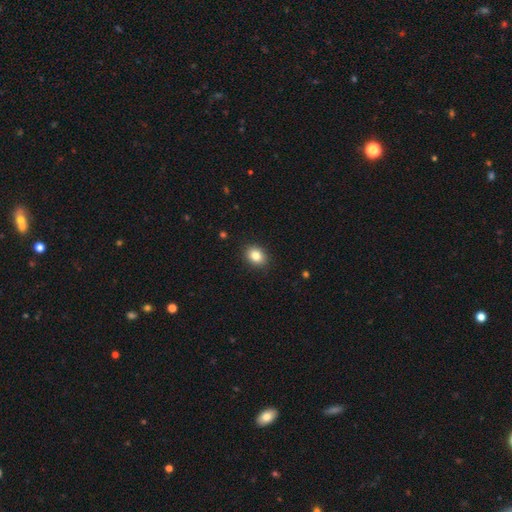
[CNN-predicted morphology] This appears to be a smooth galaxy with no disk features (84%) that is in between round and cigar-shaped (57%). Merging: none (89%).